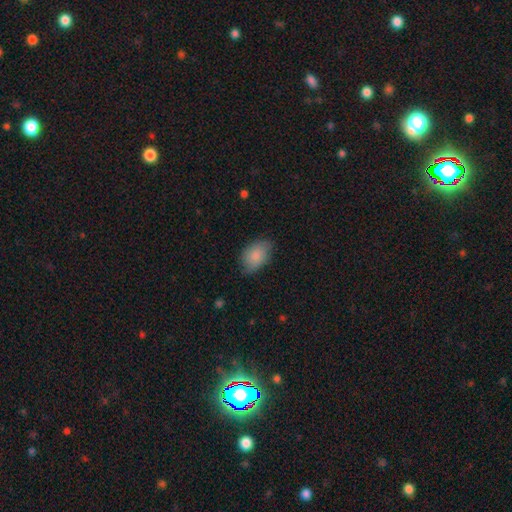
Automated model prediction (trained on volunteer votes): smooth_or_featured: smooth (p=0.85) [alt: featured or disk p=0.09]
how_rounded: in between (p=0.88) [alt: round p=0.11]
merging: none (p=0.71) [alt: minor disturbance p=0.23]